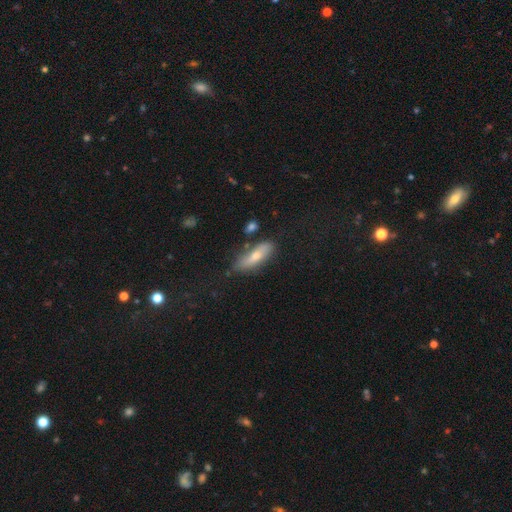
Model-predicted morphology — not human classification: smooth 65%, featured or disk 28%, star or artifact 7%. Down the decision tree: how rounded — in between (52%); merging — none (66%).